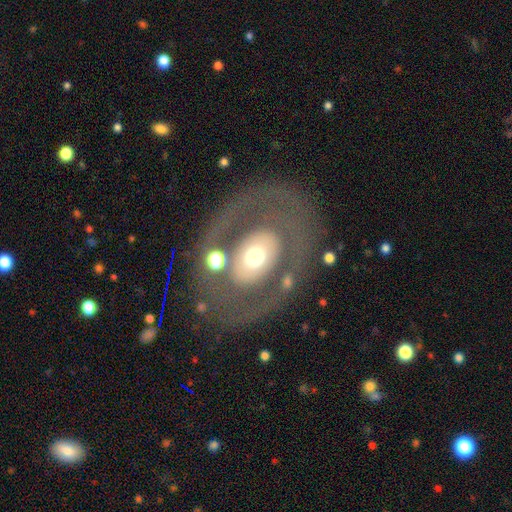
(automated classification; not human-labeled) This is likely a featured or disk galaxy (75%). It is clearly not viewed edge-on (94%). Bar: likely no (65%). Spiral arm pattern: possibly no (54%). Central bulge: possibly moderate (58%). Merging: likely none (73%).